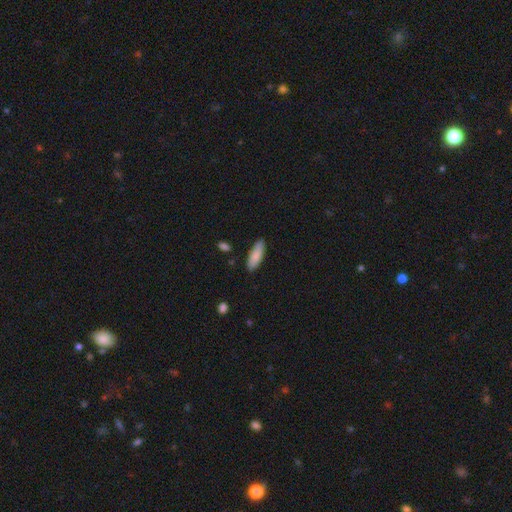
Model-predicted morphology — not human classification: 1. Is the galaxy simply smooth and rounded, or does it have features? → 87% smooth, 8% featured or disk, 6% star or artifact.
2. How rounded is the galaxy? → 55% in between, 43% cigar-shaped, 2% round.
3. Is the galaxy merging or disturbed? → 86% none, 11% minor disturbance, 2% major disturbance, 2% merger.